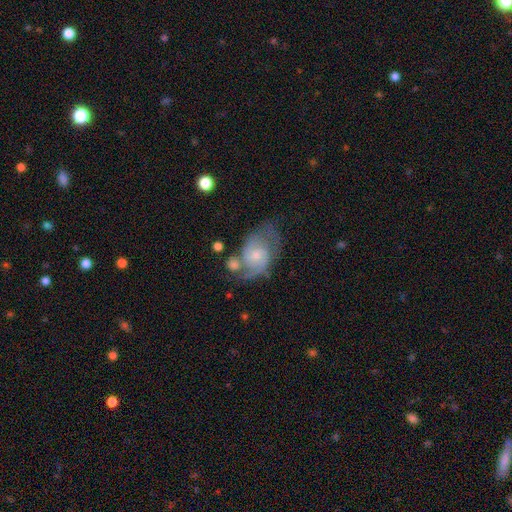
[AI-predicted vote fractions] smooth_or_featured: featured or disk (p=0.77) [alt: smooth p=0.16]
disk_edge_on: no (p=0.97) [alt: yes p=0.03]
bar: no (p=0.64) [alt: weak p=0.32]
has_spiral_arms: yes (p=0.92) [alt: no p=0.08]
spiral_winding: medium (p=0.49) [alt: tight p=0.29]
spiral_arm_count: 2 (p=0.76) [alt: can't tell p=0.12]
bulge_size: small (p=0.50) [alt: moderate p=0.38]
merging: none (p=0.44) [alt: minor disturbance p=0.23]